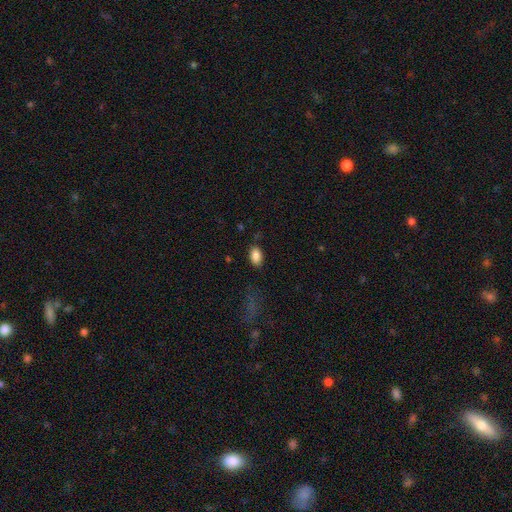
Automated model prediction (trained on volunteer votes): Smooth or featured? Predicted: smooth (p=0.87). How rounded? Predicted: in between (p=0.91). Merging? Predicted: none (p=0.80).